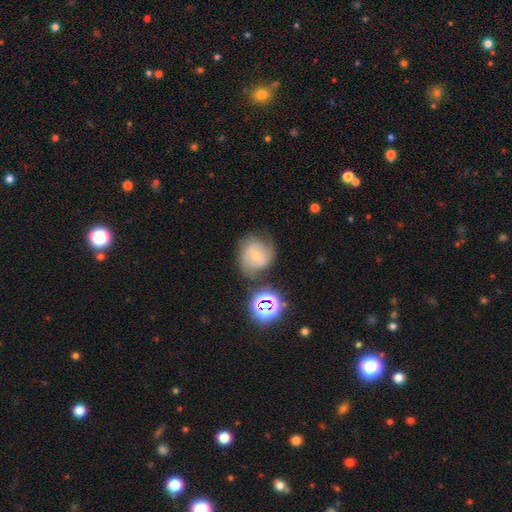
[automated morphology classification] A featured or disk galaxy (43%). Merging: none (55%).